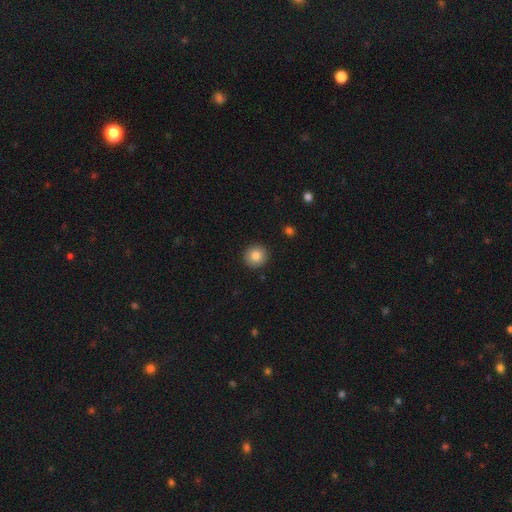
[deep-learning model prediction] Smooth or featured?
  - smooth: 84% *
  - star or artifact: 9%
  - featured or disk: 7%
How rounded?
  - round: 93% *
  - in between: 7%
  - cigar-shaped: 1%
Merging?
  - none: 92% *
  - minor disturbance: 5%
  - major disturbance: 2%
  - merger: 1%